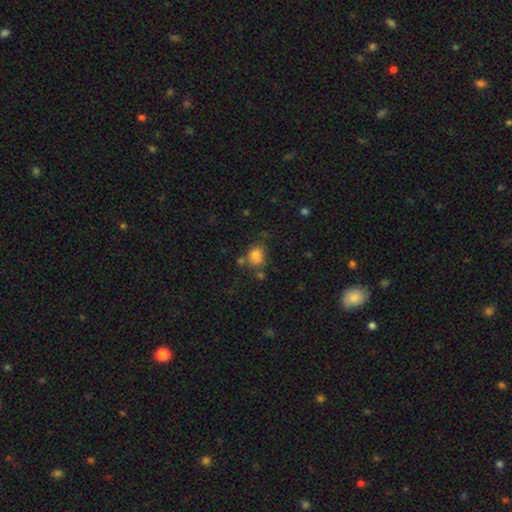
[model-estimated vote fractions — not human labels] Smooth or featured?
  - smooth: 79% *
  - star or artifact: 12%
  - featured or disk: 10%
How rounded?
  - round: 63% *
  - in between: 36%
  - cigar-shaped: 1%
Merging?
  - none: 58% *
  - minor disturbance: 20%
  - merger: 15%
  - major disturbance: 7%